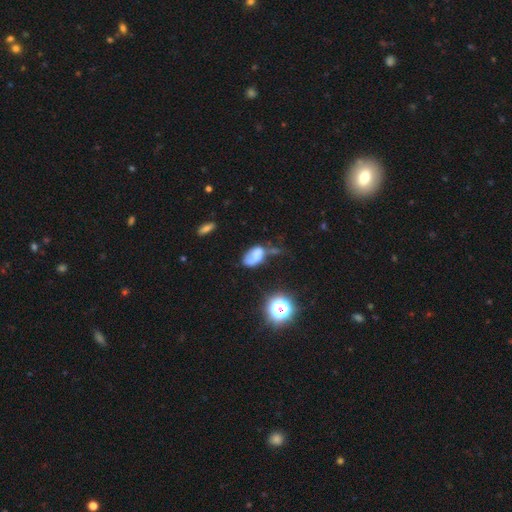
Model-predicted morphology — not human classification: The model was most divided on "merging": minor disturbance: 30%, none: 28%, major disturbance: 27%, merger: 15%. More confident: how rounded — in between (87%); smooth or featured — smooth (56%).